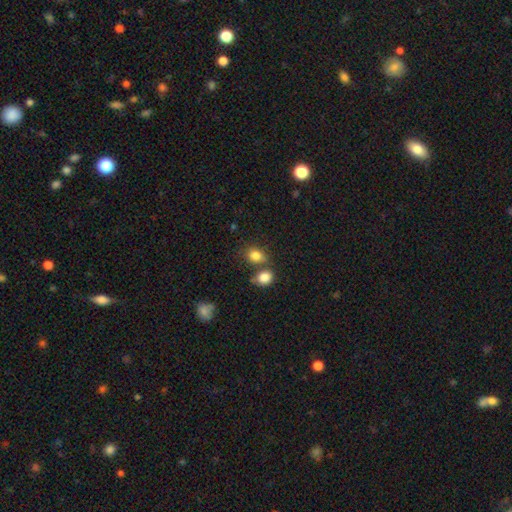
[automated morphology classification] Smooth or featured? Predicted: smooth (p=0.82). How rounded? Predicted: in between (p=0.54). Merging? Predicted: none (p=0.56).